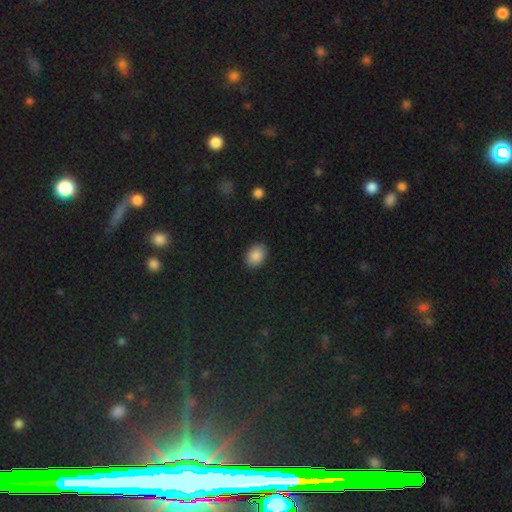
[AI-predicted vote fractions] The model was most divided on "how rounded": in between: 68%, round: 31%, cigar-shaped: 1%. More confident: merging — none (89%); smooth or featured — smooth (86%).